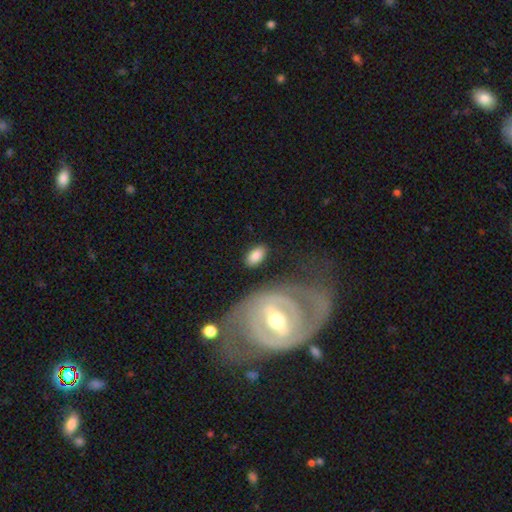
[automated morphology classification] A smooth galaxy with no disk features (81%) that is in between round and cigar-shaped (92%).

Vote fractions:
- Smooth or featured? smooth: 81% / featured or disk: 13% / star or artifact: 6%
- How rounded? in between: 92% / round: 5% / cigar-shaped: 3%
- Merging? none: 80% / minor disturbance: 12% / major disturbance: 4% / merger: 4%